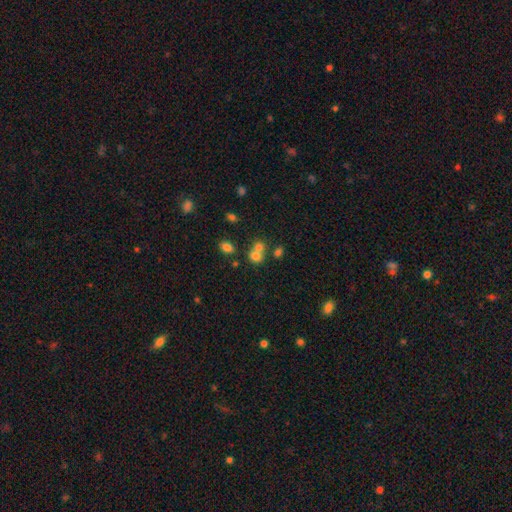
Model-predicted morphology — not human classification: Overall: smooth (72%). How rounded: round (69%; in between 30%). Merging: merger (50%; none 39%).